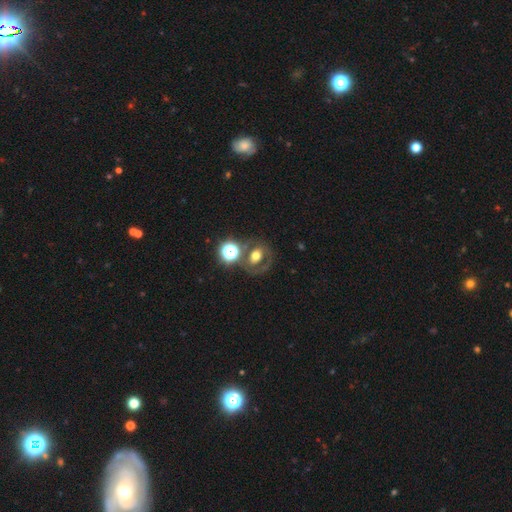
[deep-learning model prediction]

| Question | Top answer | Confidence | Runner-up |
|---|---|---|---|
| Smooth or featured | featured or disk | 46% | smooth (37%) |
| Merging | none | 58% | merger (18%) |